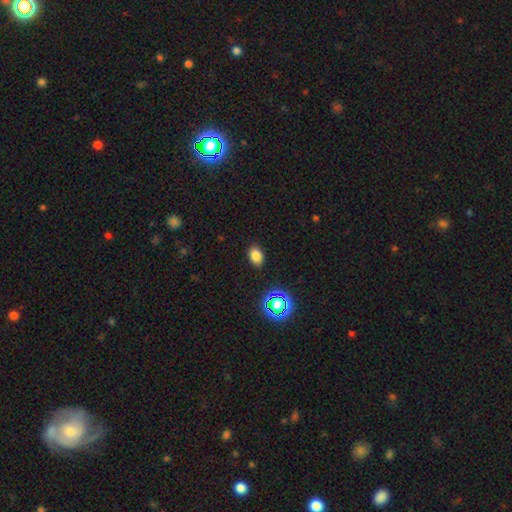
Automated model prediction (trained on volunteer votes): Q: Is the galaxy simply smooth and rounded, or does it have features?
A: smooth — 79%.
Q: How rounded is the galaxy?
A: in between — 78%.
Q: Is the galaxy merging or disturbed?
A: none — 88%.